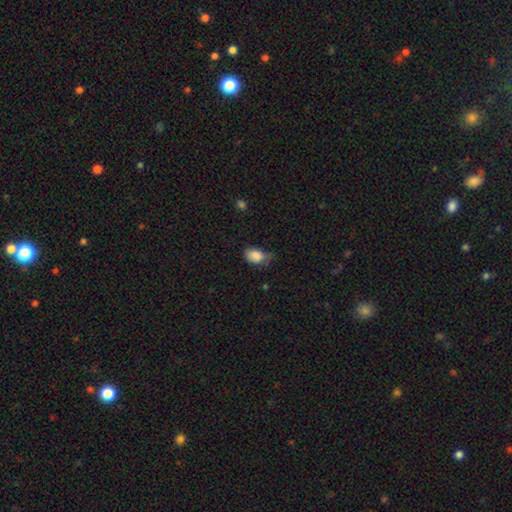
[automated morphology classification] A smooth galaxy with no disk features (85%) that is in between round and cigar-shaped (81%).

Vote fractions:
- Smooth or featured? smooth: 85% / star or artifact: 8% / featured or disk: 7%
- How rounded? in between: 81% / round: 18% / cigar-shaped: 1%
- Merging? minor disturbance: 43% / none: 40% / major disturbance: 15% / merger: 2%